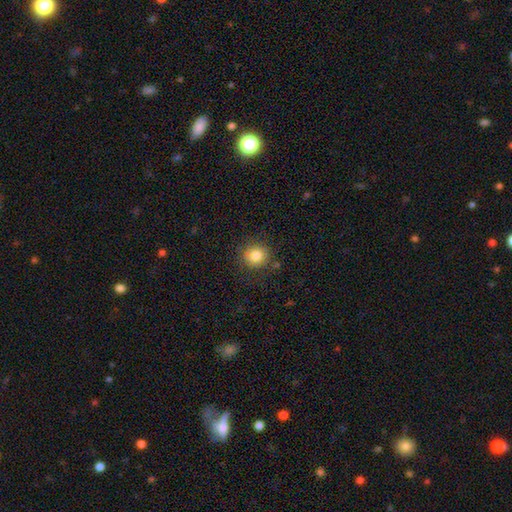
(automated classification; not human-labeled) Smooth or featured? Predicted: smooth (p=0.82). How rounded? Predicted: round (p=0.90). Merging? Predicted: none (p=0.86).